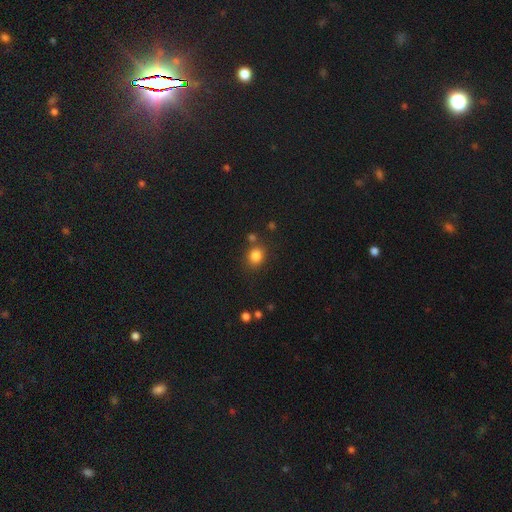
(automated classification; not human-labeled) Overall: smooth (83%). How rounded: round (71%). Merging: none (77%).